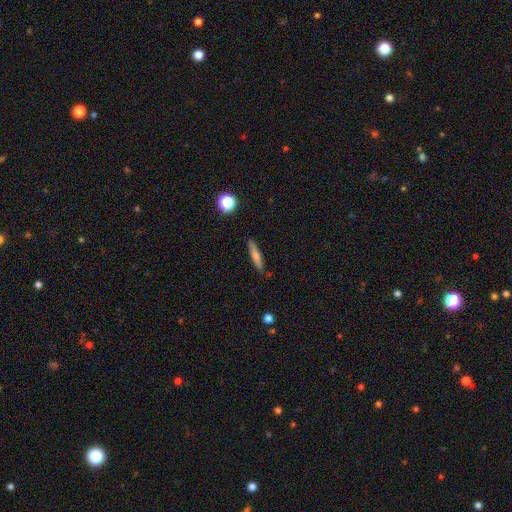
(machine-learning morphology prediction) This appears to be a smooth galaxy with no disk features (52%) that is cigar-shaped (87%). Merging: none (87%).